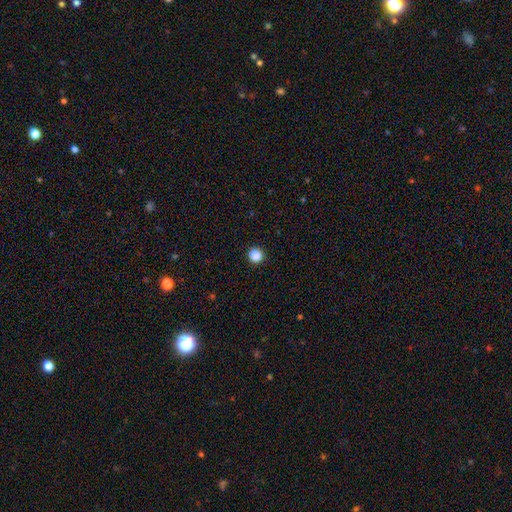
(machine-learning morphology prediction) smooth_or_featured: smooth (p=0.87) [alt: star or artifact p=0.10]
how_rounded: round (p=0.94) [alt: in between p=0.05]
merging: none (p=0.93) [alt: minor disturbance p=0.04]